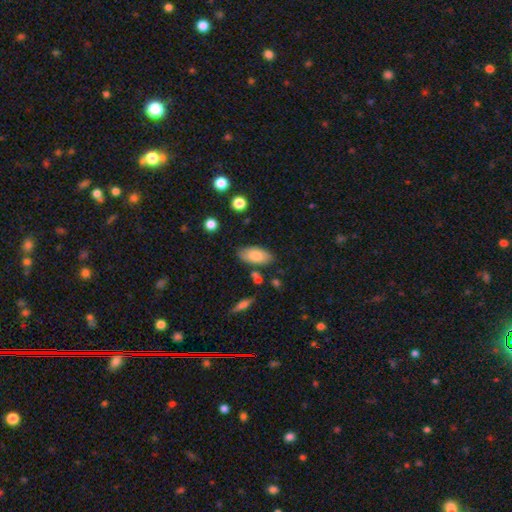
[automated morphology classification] A smooth galaxy with no disk features (80%) that is in between round and cigar-shaped (92%).

Vote fractions:
- Smooth or featured? smooth: 80% / featured or disk: 13% / star or artifact: 7%
- How rounded? in between: 92% / cigar-shaped: 6% / round: 2%
- Merging? none: 78% / minor disturbance: 15% / merger: 4% / major disturbance: 3%